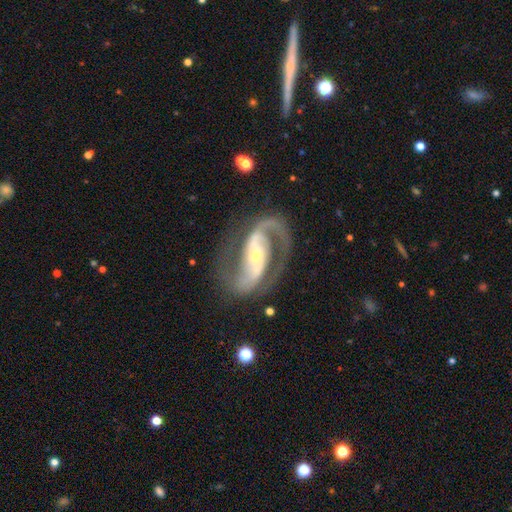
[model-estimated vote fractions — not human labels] Smooth or featured? featured or disk (92%)
Edge-on disk? no (97%)
Bar? strong (56%)
Spiral arms? yes (97%)
Spiral winding? medium (56%)
Spiral arm count? 2 (91%)
Bulge size? small (61%)
Merging? none (75%)